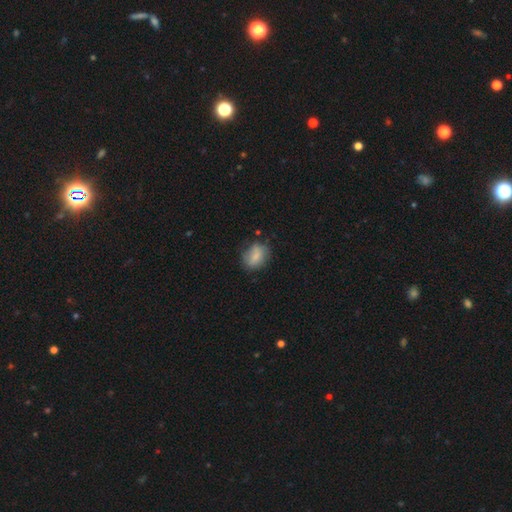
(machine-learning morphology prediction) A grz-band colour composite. It shows a smooth galaxy with no disk features (78%) that is in between round and cigar-shaped (67%). Merging: none (67%).